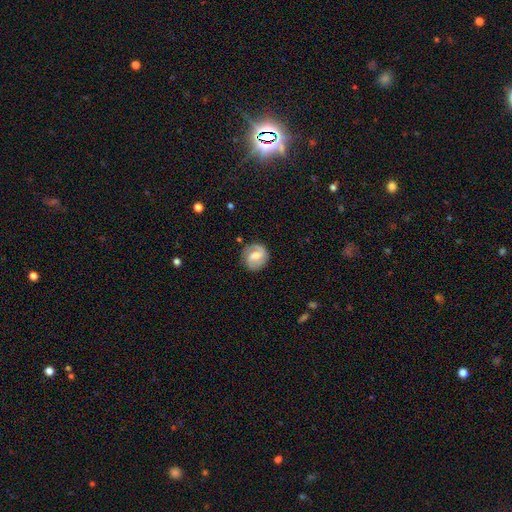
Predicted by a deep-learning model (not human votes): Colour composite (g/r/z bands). It shows a featured or disk galaxy (68%) with a weak bar (53%), 2 (77%) medium (44%) spiral arms (90%) and a moderate central bulge (52%). Merging: none (78%).